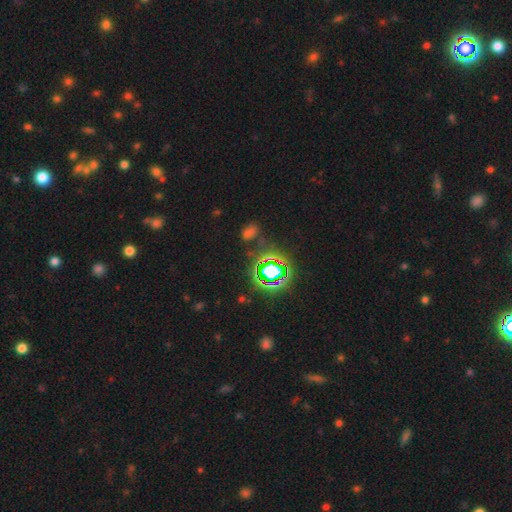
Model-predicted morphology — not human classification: Smooth or featured? Predicted: star or artifact (p=0.70).